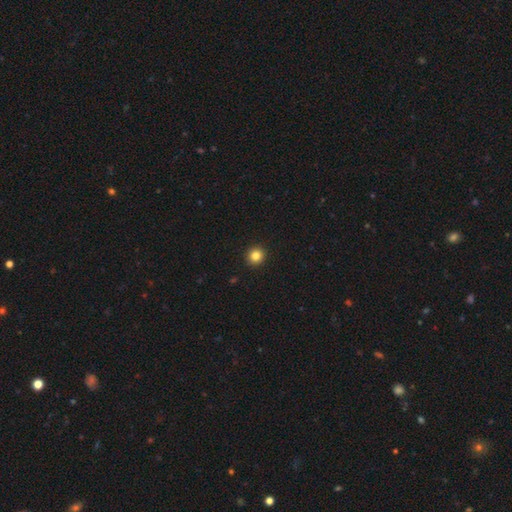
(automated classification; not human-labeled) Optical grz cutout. It shows a smooth galaxy with no disk features (84%) that is round (92%). Merging: none (94%).